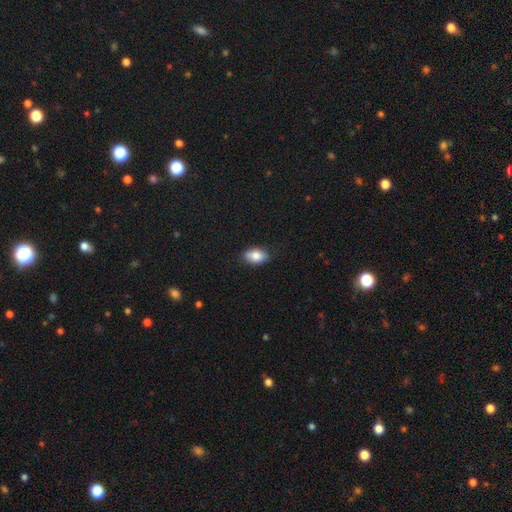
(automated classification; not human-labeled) smooth 83%, featured or disk 10%, star or artifact 8%. Down the decision tree: how rounded — in between (88%); merging — none (80%).